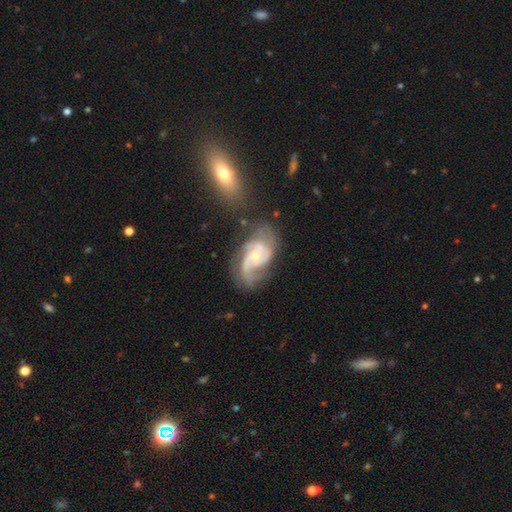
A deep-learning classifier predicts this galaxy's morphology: Smooth or featured? Predicted: featured or disk (p=0.89). Edge-on disk? Predicted: no (p=0.98). Bar? Predicted: no (p=0.61). Spiral arms? Predicted: yes (p=0.97). Spiral winding? Predicted: medium (p=0.52). Spiral arm count? Predicted: 2 (p=0.39). Bulge size? Predicted: small (p=0.61). Merging? Predicted: none (p=0.54).